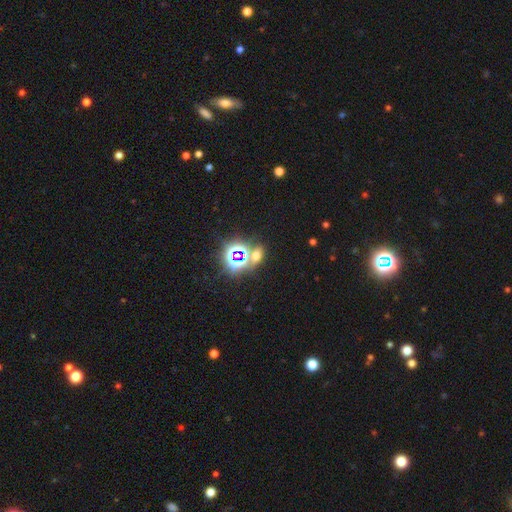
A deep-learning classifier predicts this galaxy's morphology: Smooth or featured? Predicted: star or artifact (p=0.56).